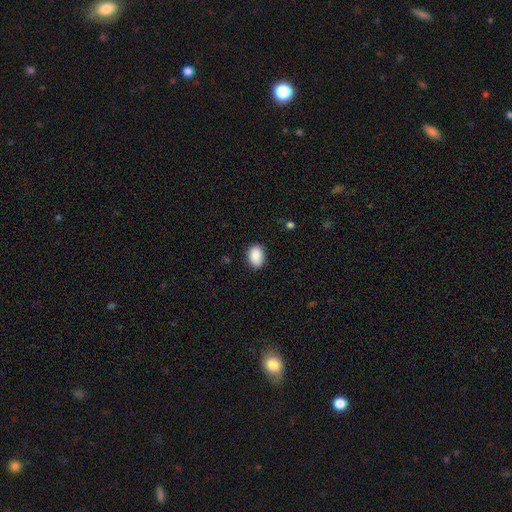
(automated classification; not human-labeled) This is clearly a smooth galaxy (89%). How rounded: clearly in between (81%). Merging: clearly none (84%).